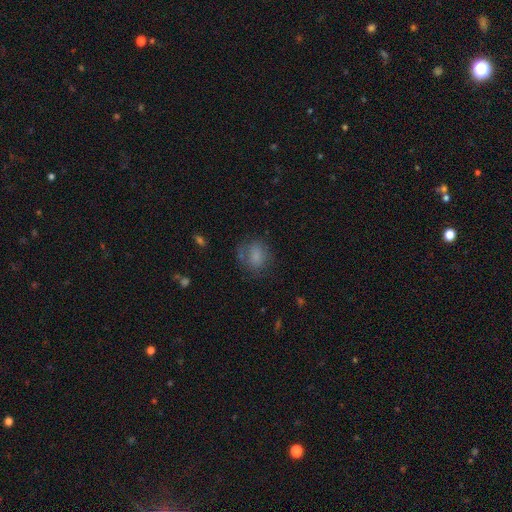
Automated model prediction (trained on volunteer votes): This is likely a smooth galaxy (77%). How rounded: possibly round (53%). Merging: possibly none (60%).